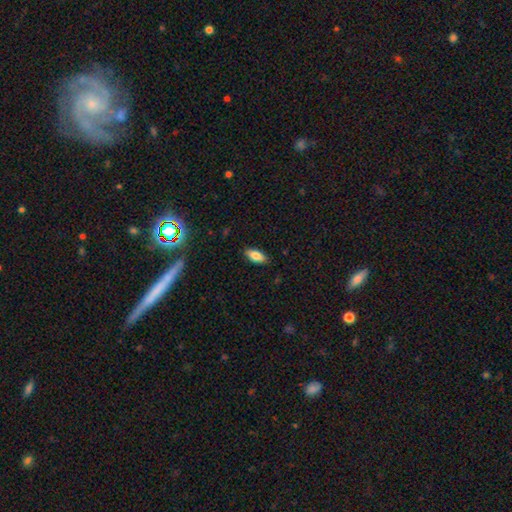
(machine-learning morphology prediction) A smooth galaxy with no disk features (81%) that is in between round and cigar-shaped (86%). Merging: none (87%).